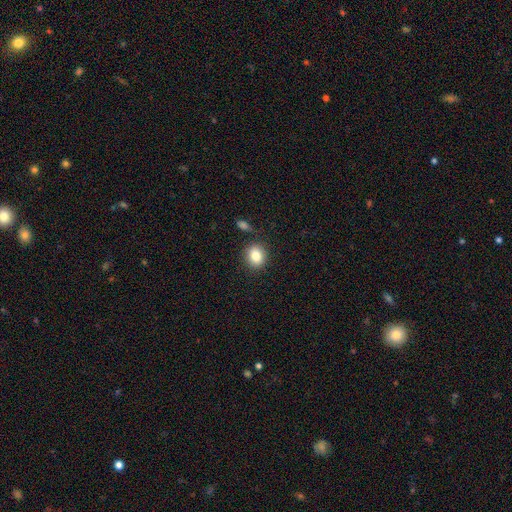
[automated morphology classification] smooth_or_featured: smooth (p=0.84) [alt: star or artifact p=0.09]
how_rounded: round (p=0.61) [alt: in between p=0.38]
merging: none (p=0.84) [alt: minor disturbance p=0.10]